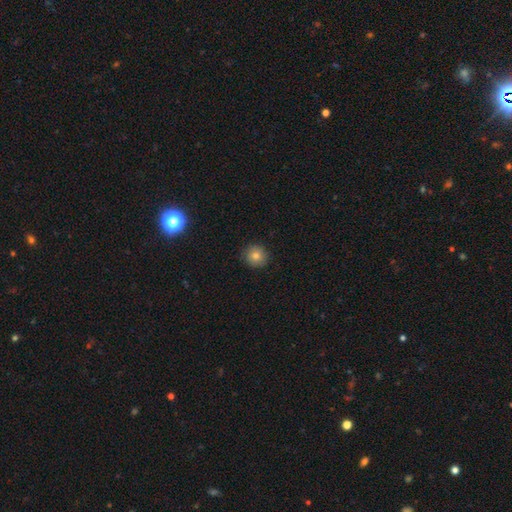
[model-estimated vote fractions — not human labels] smooth 79%, star or artifact 12%, featured or disk 9%. Down the decision tree: how rounded — round (91%); merging — none (88%).